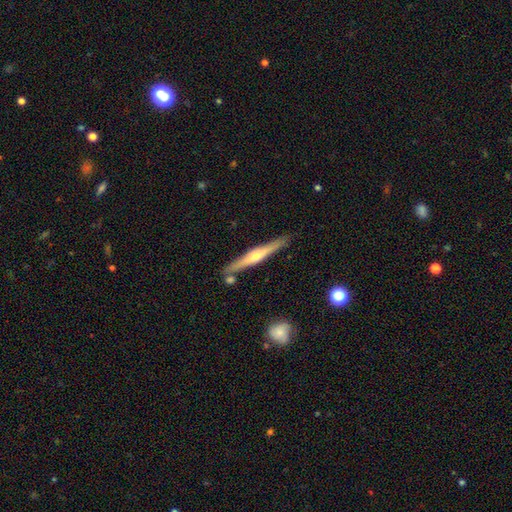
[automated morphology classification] This is likely a featured or disk galaxy (70%). It is clearly viewed edge-on (97%). Edge-on bulge: clearly rounded (85%). Merging: clearly none (86%).